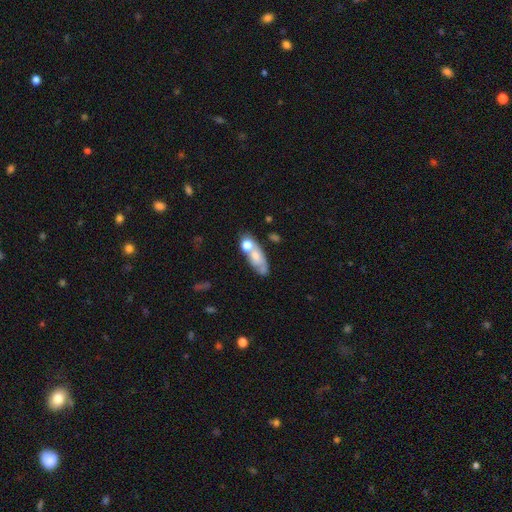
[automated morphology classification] A smooth galaxy with no disk features (54%) that is in between round and cigar-shaped (66%). Merging: none (39%).